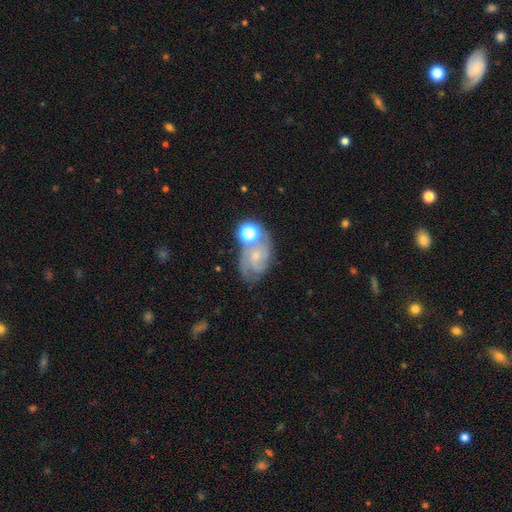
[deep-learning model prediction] featured or disk 72%, smooth 17%, star or artifact 11%. Down the decision tree: edge-on disk — no (97%); bar — no (67%); spiral arms — yes (93%); spiral arm count — 2 (46%); spiral winding — tight (45%); bulge size — small (68%); merging — none (56%).